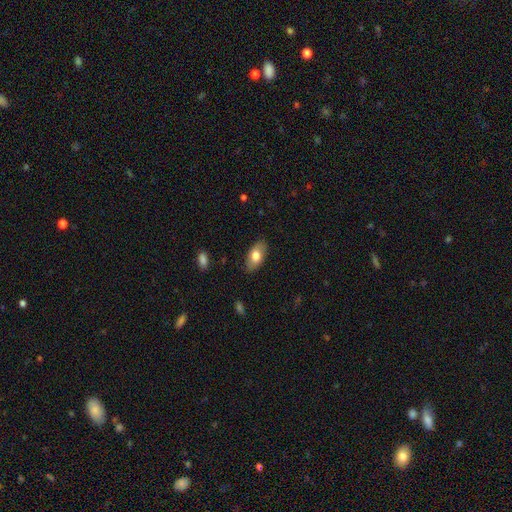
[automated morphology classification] The model was most divided on "smooth or featured": smooth: 75%, featured or disk: 19%, star or artifact: 6%. More confident: how rounded — in between (93%); merging — none (85%).